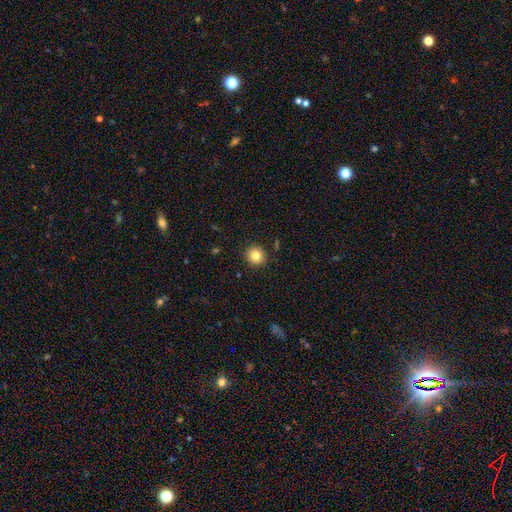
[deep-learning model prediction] Q: Smooth or featured?
A: smooth (83%); runner-up: star or artifact (10%)
Q: How rounded?
A: round (93%); runner-up: in between (6%)
Q: Merging?
A: none (91%); runner-up: minor disturbance (6%)